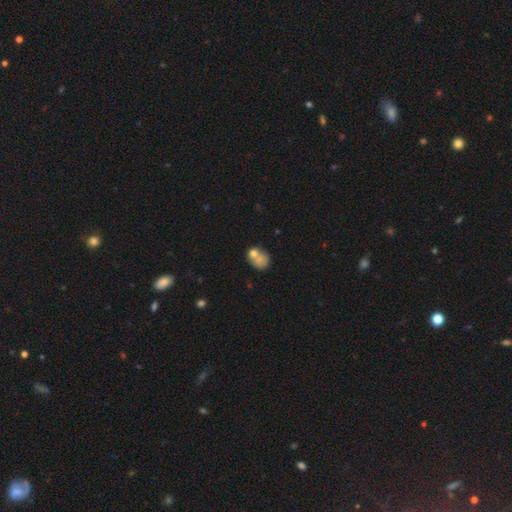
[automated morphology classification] A smooth galaxy with no disk features (71%) that is round (60%).

Vote fractions:
- Smooth or featured? smooth: 71% / featured or disk: 18% / star or artifact: 11%
- How rounded? round: 60% / in between: 39% / cigar-shaped: 1%
- Merging? none: 44% / merger: 29% / minor disturbance: 18% / major disturbance: 9%